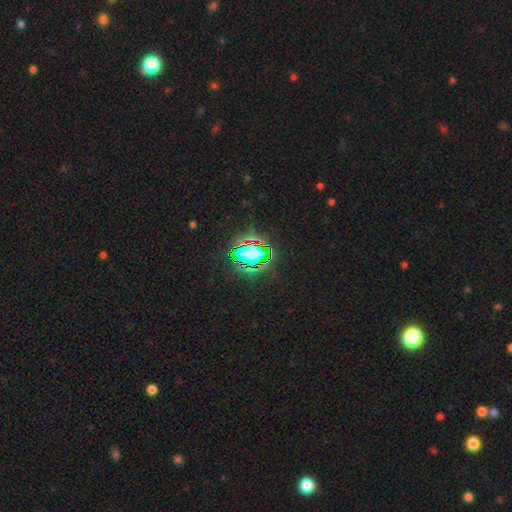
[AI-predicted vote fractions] Overall: star or artifact (62%; smooth 26%).